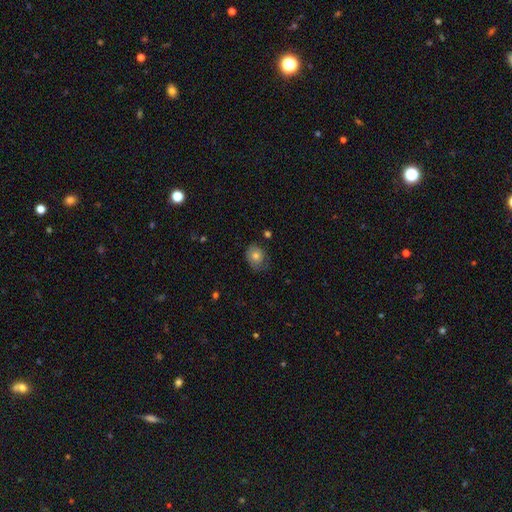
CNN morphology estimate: Smooth or featured?
  - smooth: 74% *
  - featured or disk: 17%
  - star or artifact: 9%
How rounded?
  - round: 50% *
  - in between: 49%
  - cigar-shaped: 1%
Merging?
  - none: 64% *
  - minor disturbance: 26%
  - major disturbance: 8%
  - merger: 2%